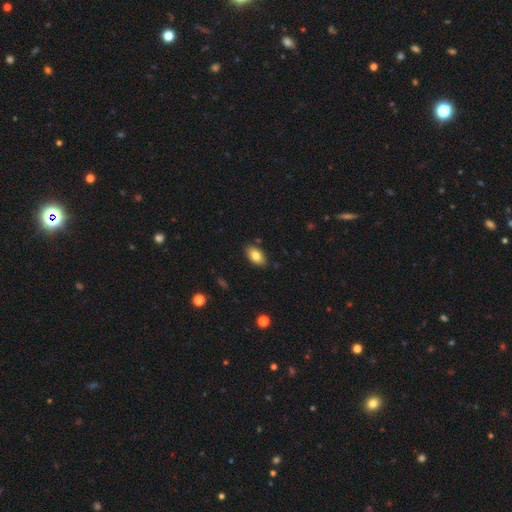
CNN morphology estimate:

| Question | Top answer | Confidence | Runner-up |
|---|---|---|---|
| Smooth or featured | smooth | 81% | featured or disk (11%) |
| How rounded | in between | 92% | round (5%) |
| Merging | none | 86% | minor disturbance (10%) |